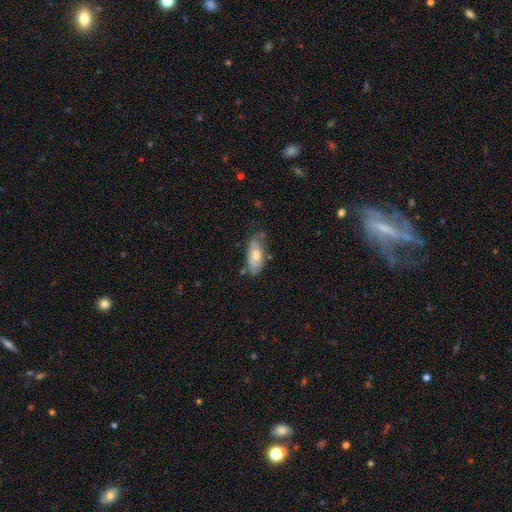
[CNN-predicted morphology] Smooth or featured? smooth (58%)
How rounded? in between (87%)
Merging? none (54%)